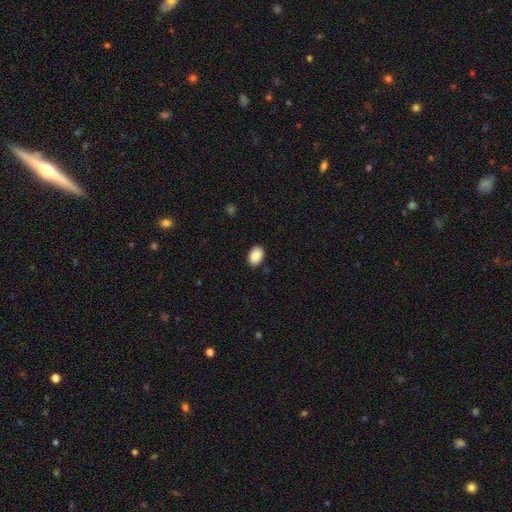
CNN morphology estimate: Smooth or featured: smooth — 89% (star or artifact — 7%)
How rounded: in between — 85% (round — 14%)
Merging: none — 88% (minor disturbance — 9%)